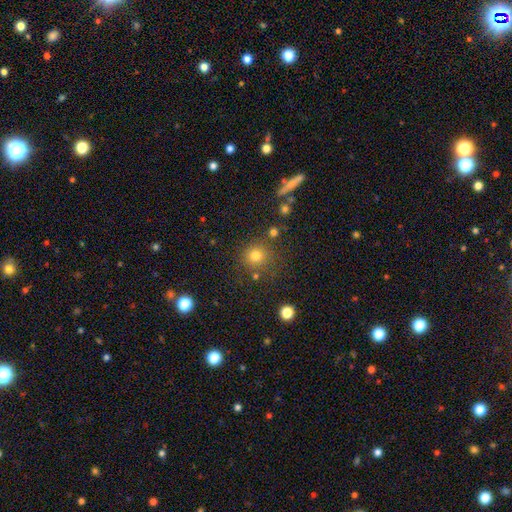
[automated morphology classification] smooth 78%, star or artifact 16%, featured or disk 7%. Down the decision tree: how rounded — round (92%); merging — none (79%).